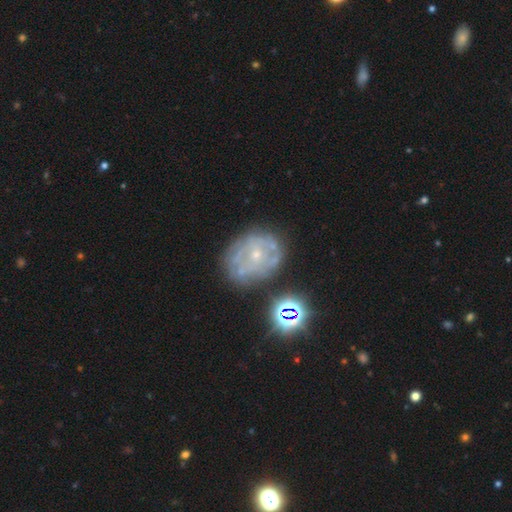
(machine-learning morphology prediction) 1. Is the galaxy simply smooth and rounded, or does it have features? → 68% featured or disk, 19% smooth, 13% star or artifact.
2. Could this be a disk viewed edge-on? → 97% no, 3% yes.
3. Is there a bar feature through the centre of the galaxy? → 81% no, 15% weak, 4% strong.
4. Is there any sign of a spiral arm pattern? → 57% yes, 43% no.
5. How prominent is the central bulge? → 76% small, 19% moderate, 3% none, 1% large, 1% dominant.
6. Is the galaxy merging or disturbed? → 63% none, 20% minor disturbance, 10% major disturbance, 7% merger.